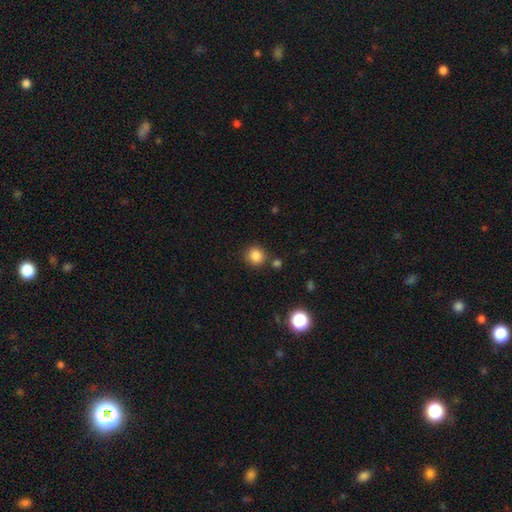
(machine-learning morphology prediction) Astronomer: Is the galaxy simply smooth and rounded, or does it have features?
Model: smooth — 85%.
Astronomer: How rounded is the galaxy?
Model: round — 88%.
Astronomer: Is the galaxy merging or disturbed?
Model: none — 80%.